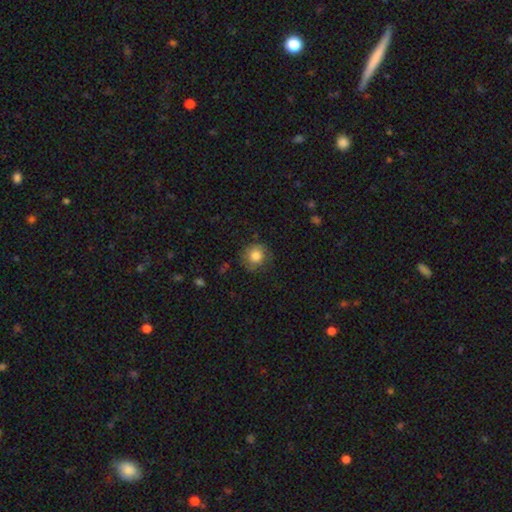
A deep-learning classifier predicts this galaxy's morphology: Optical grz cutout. It shows a smooth galaxy with no disk features (80%) that is round (90%). Merging: none (79%).